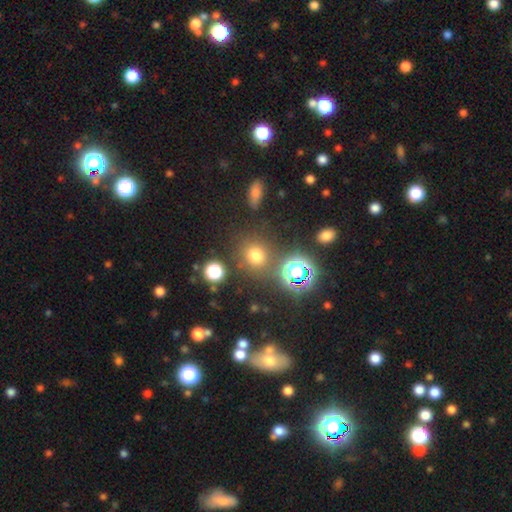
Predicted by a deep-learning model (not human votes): Smooth or featured: smooth — 67% (star or artifact — 25%)
How rounded: round — 85% (in between — 14%)
Merging: none — 79% (minor disturbance — 9%)